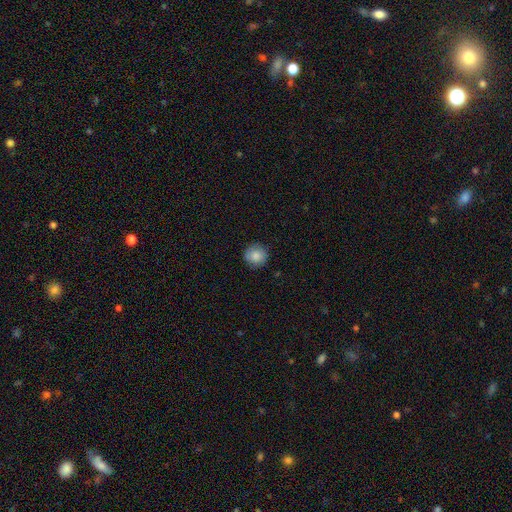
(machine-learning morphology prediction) Smooth or featured? smooth (82%)
How rounded? round (92%)
Merging? none (86%)